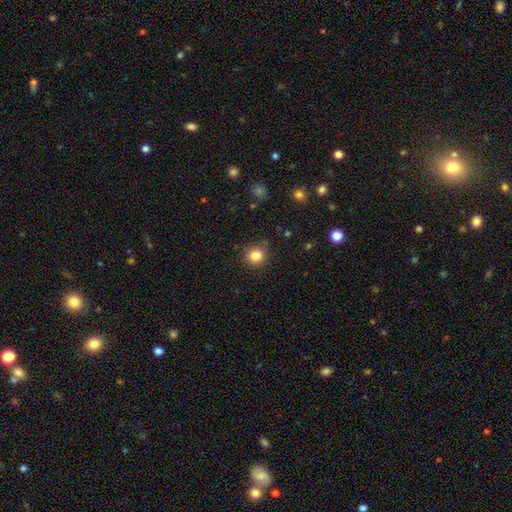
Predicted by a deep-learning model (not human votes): Smooth or featured? Predicted: smooth (p=0.83). How rounded? Predicted: round (p=0.92). Merging? Predicted: none (p=0.87).